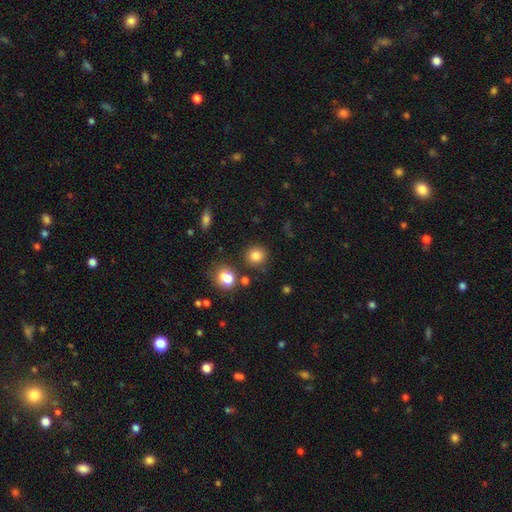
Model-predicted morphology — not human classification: Smooth or featured: smooth — 83% (star or artifact — 12%)
How rounded: round — 88% (in between — 11%)
Merging: none — 84% (minor disturbance — 8%)